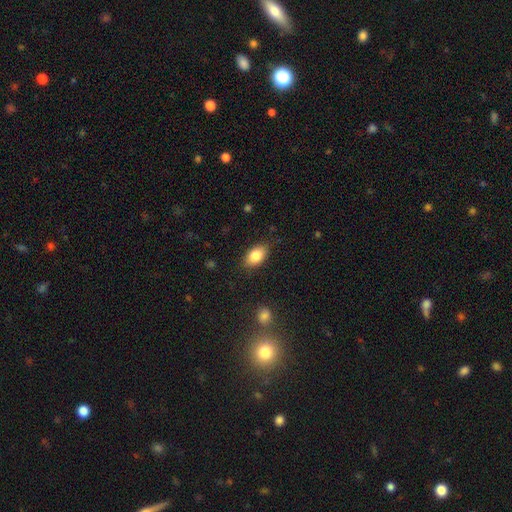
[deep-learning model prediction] Overall: smooth (84%). How rounded: in between (91%). Merging: none (84%).